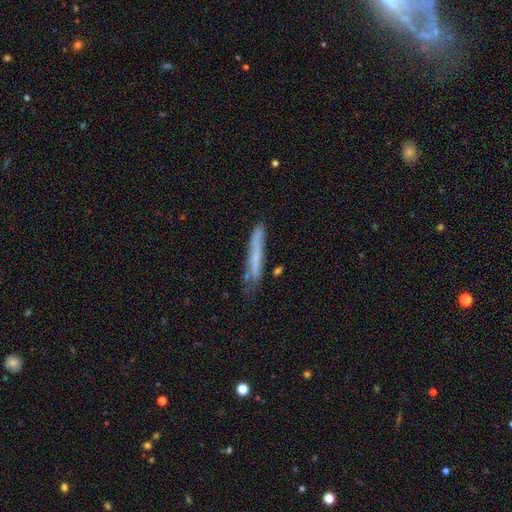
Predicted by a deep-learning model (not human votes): Smooth or featured? smooth (60%)
How rounded? cigar-shaped (95%)
Merging? none (66%)